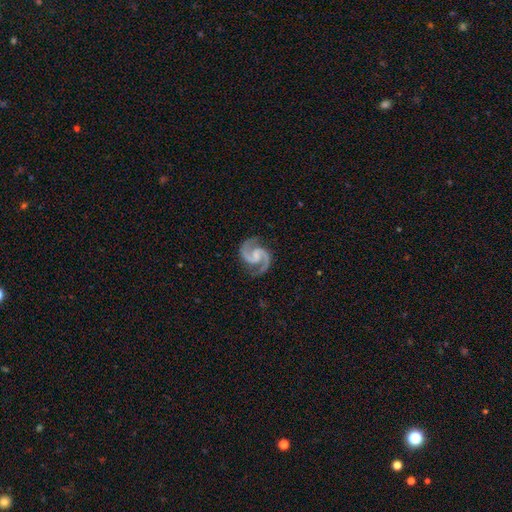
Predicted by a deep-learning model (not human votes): smooth-or-featured: featured or disk: 94% | star or artifact: 3% | smooth: 2%
  disk-edge-on: no: 99% | yes: 1%
    bar: no: 45% | weak: 42% | strong: 13%
    has-spiral-arms: yes: 99% | no: 1%
      spiral-winding: medium: 68% | tight: 20% | loose: 12%
      spiral-arm-count: 2: 95% | 3: 1% | can't tell: 1% | 1: 1% | 4: 1% | more than 4: 1%
    bulge-size: none: 37% | small: 36% | moderate: 24% | large: 3% | dominant: 1%
  merging: none: 84% | minor disturbance: 12% | major disturbance: 3% | merger: 1%